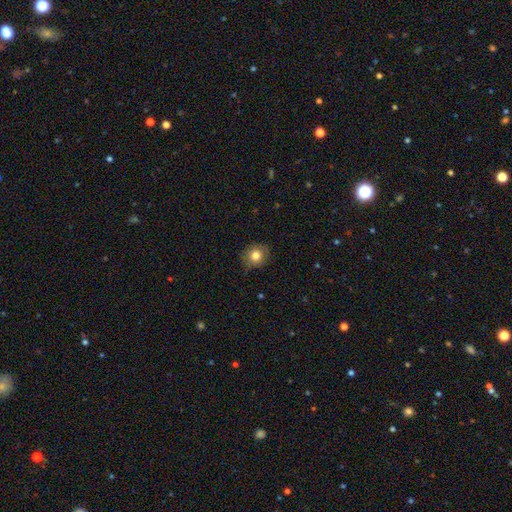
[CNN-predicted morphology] type=smooth (80%); roundness=round (83%); merging=none (81%).